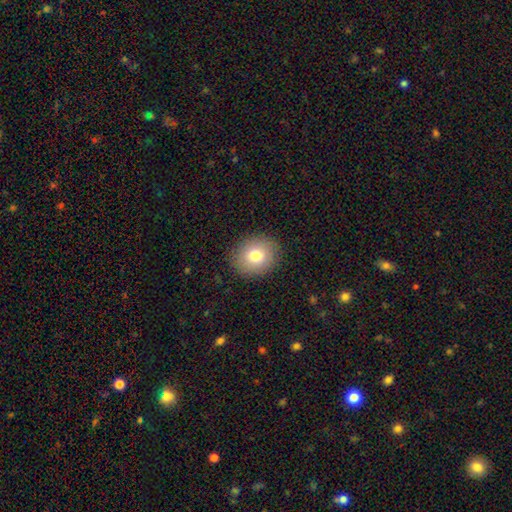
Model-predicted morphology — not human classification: Smooth or featured: smooth — 78% (featured or disk — 12%)
How rounded: round — 71% (in between — 28%)
Merging: none — 89% (minor disturbance — 7%)